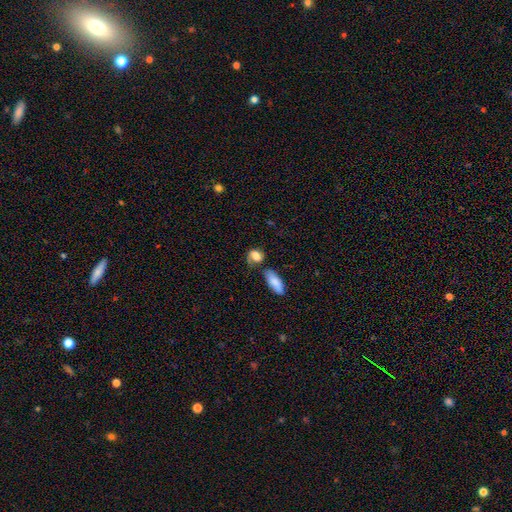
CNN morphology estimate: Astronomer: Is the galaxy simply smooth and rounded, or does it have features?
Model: smooth — 79%.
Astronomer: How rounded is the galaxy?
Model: in between — 68%.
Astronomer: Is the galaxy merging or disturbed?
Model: none — 41% (runner-up: merger, 24%).